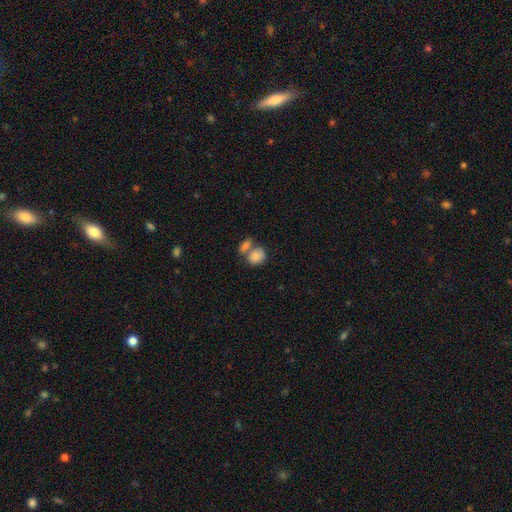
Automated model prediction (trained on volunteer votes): smooth 83%, featured or disk 9%, star or artifact 8%. Down the decision tree: how rounded — in between (50%); merging — merger (53%).